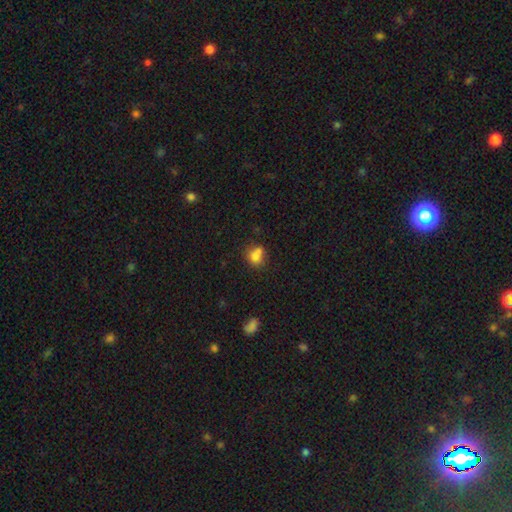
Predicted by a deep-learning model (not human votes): This appears to be a smooth galaxy with no disk features (75%) that is round (64%). Merging: none (42%).